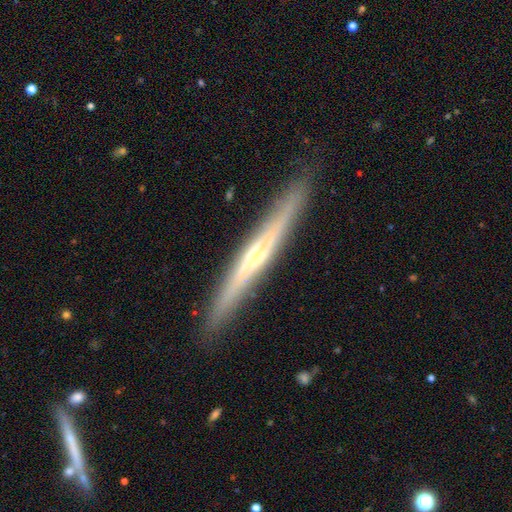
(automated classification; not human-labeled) smooth-or-featured: featured or disk: 69% | smooth: 25% | star or artifact: 6%
  disk-edge-on: yes: 95% | no: 5%
    edge-on-bulge: rounded: 60% | none: 34% | boxy: 7%
  merging: none: 90% | minor disturbance: 8% | major disturbance: 2% | merger: 1%